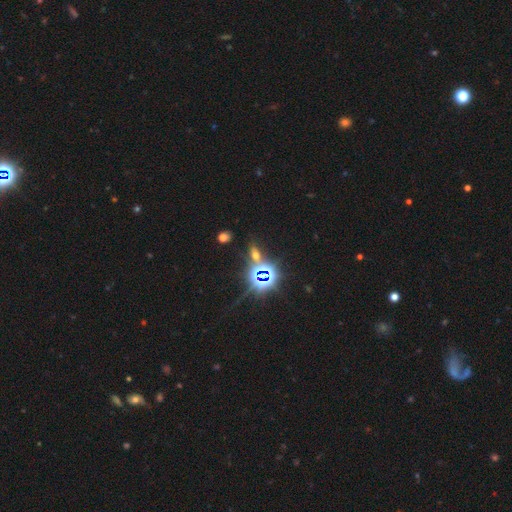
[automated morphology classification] type=star or artifact (60%).